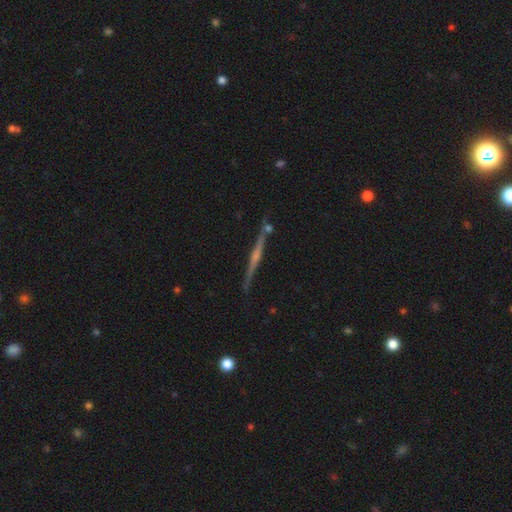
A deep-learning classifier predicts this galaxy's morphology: This appears to be a featured or disk galaxy (76%) viewed edge-on (96%) with a rounded central bulge (68%). Merging: none (85%).